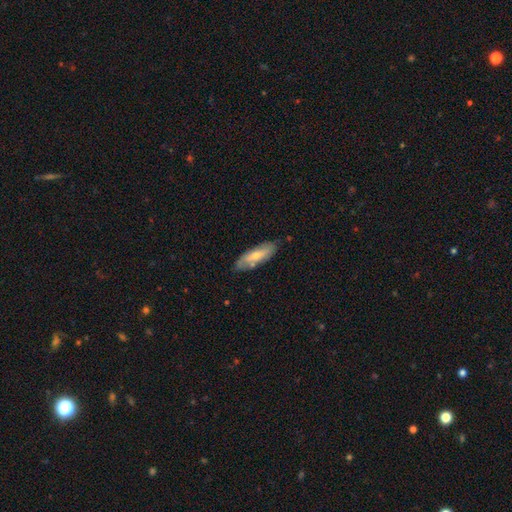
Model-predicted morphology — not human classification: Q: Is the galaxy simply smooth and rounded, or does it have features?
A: smooth — 49%.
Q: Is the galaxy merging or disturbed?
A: none — 79%.